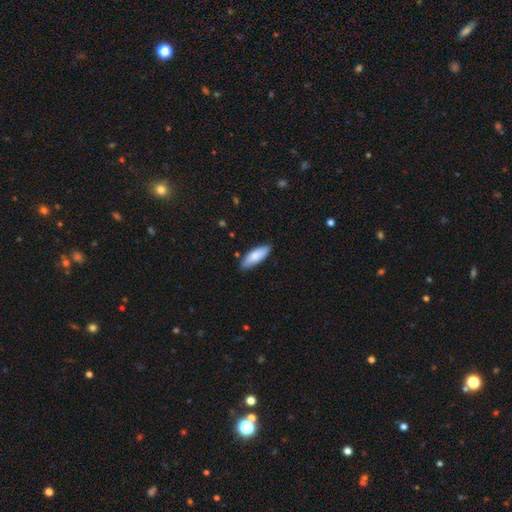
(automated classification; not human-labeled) This appears to be a smooth galaxy with no disk features (85%) that is in between round and cigar-shaped (65%). Merging: none (84%).